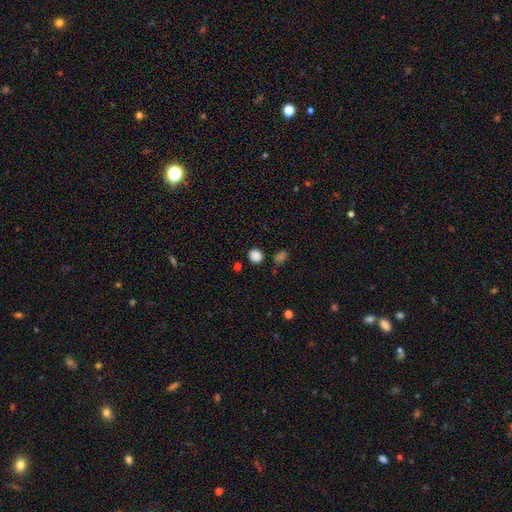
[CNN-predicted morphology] A smooth galaxy with no disk features (84%) that is round (75%).

Vote fractions:
- Smooth or featured? smooth: 84% / star or artifact: 12% / featured or disk: 3%
- How rounded? round: 75% / in between: 24% / cigar-shaped: 1%
- Merging? none: 83% / minor disturbance: 10% / merger: 4% / major disturbance: 3%